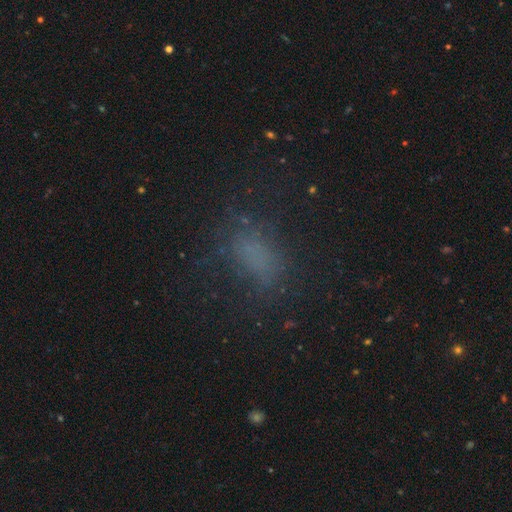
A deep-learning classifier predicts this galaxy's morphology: smooth-or-featured: smooth: 60% | star or artifact: 25% | featured or disk: 16%
  how-rounded: in between: 79% | round: 13% | cigar-shaped: 7%
  merging: none: 65% | minor disturbance: 18% | major disturbance: 15% | merger: 2%